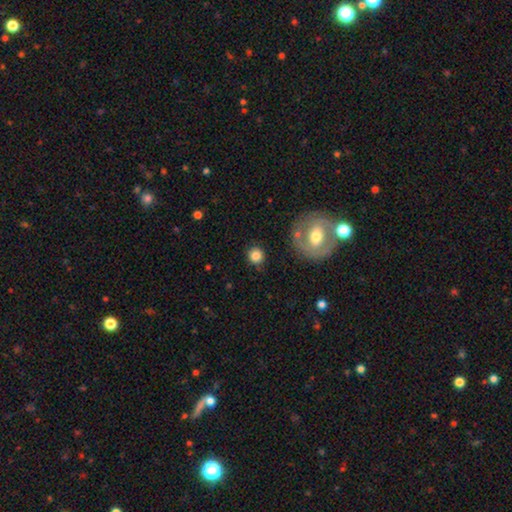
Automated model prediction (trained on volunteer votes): Smooth or featured?
  - smooth: 82% *
  - star or artifact: 9%
  - featured or disk: 9%
How rounded?
  - round: 90% *
  - in between: 9%
  - cigar-shaped: 1%
Merging?
  - none: 85% *
  - minor disturbance: 9%
  - major disturbance: 3%
  - merger: 3%